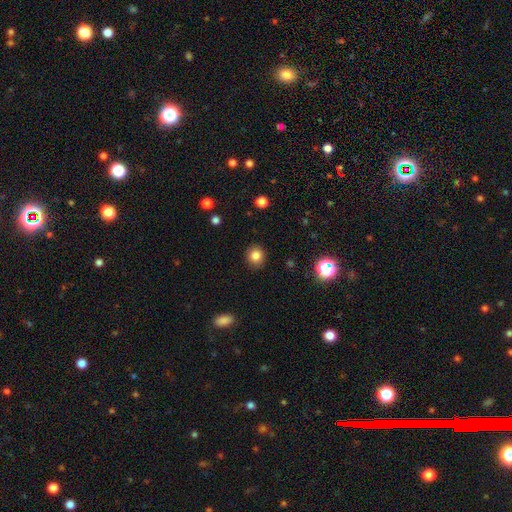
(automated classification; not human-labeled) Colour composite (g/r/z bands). It shows a smooth galaxy with no disk features (83%) that is round (84%). Merging: none (90%).